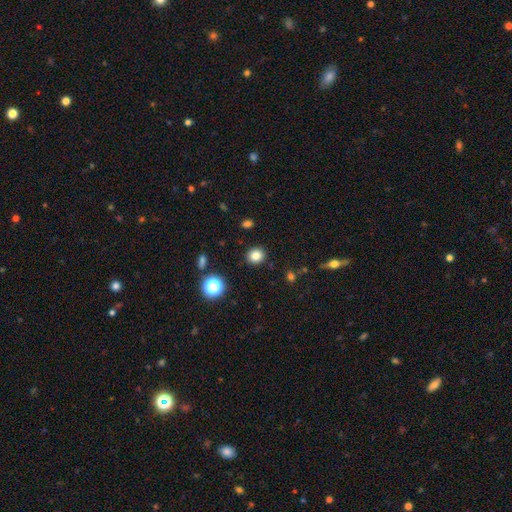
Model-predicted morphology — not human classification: Q: Smooth or featured?
A: smooth (82%); runner-up: star or artifact (13%)
Q: How rounded?
A: round (81%); runner-up: in between (18%)
Q: Merging?
A: none (91%); runner-up: minor disturbance (6%)